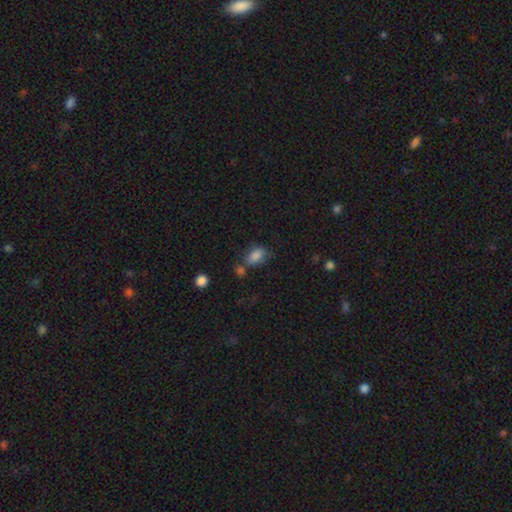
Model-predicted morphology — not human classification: smooth_or_featured: smooth (p=0.83) [alt: star or artifact p=0.10]
how_rounded: in between (p=0.85) [alt: round p=0.13]
merging: none (p=0.54) [alt: merger p=0.19]